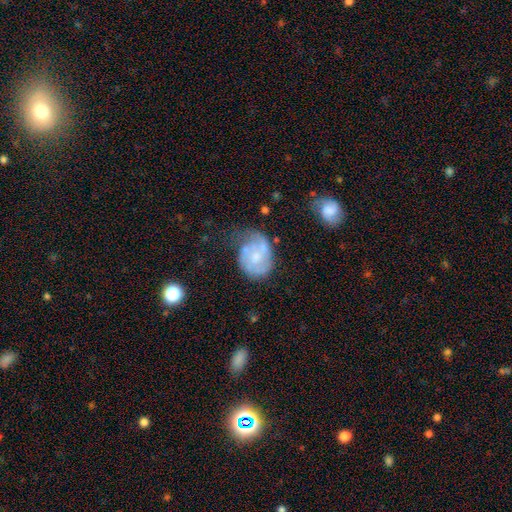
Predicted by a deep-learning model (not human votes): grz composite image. It shows a featured or disk galaxy (62%) with no bar (71%), spiral arms (67%) and a moderate central bulge (38%). Merging: none (39%).